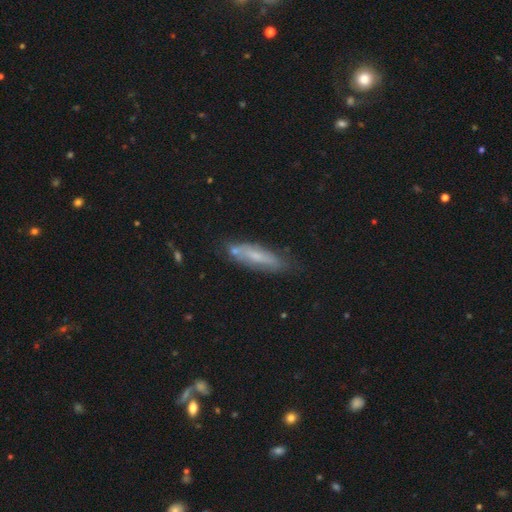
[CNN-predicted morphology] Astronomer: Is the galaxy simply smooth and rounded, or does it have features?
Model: smooth — 54% (runner-up: featured or disk, 37%).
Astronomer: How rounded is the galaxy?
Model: cigar-shaped — 70%.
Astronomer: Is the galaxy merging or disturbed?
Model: none — 70%.